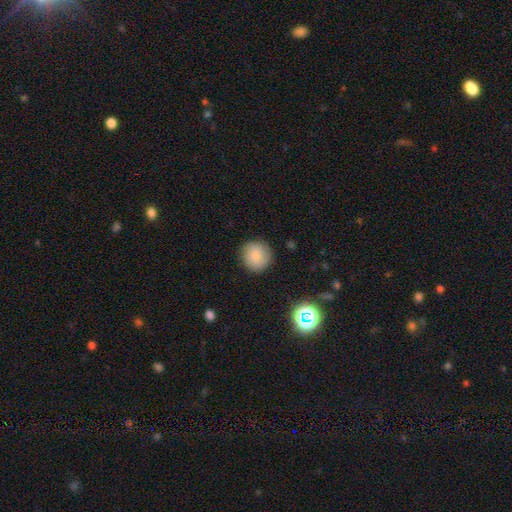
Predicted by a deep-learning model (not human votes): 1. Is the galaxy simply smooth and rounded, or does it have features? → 84% smooth, 9% star or artifact, 7% featured or disk.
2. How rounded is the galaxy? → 93% round, 6% in between, 1% cigar-shaped.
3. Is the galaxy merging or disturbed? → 88% none, 8% minor disturbance, 2% major disturbance, 1% merger.